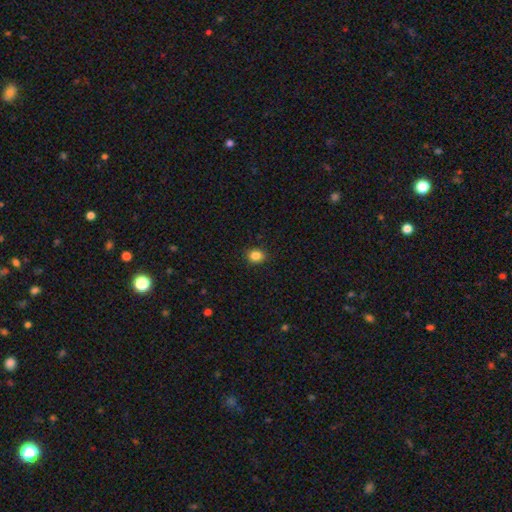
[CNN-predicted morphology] Smooth or featured: smooth — 86% (star or artifact — 11%)
How rounded: round — 67% (in between — 32%)
Merging: none — 89% (minor disturbance — 8%)